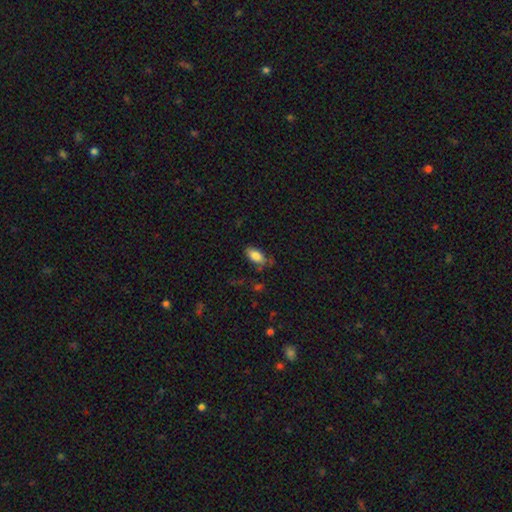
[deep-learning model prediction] smooth_or_featured: smooth (p=0.82) [alt: featured or disk p=0.11]
how_rounded: in between (p=0.89) [alt: cigar-shaped p=0.09]
merging: none (p=0.70) [alt: minor disturbance p=0.22]